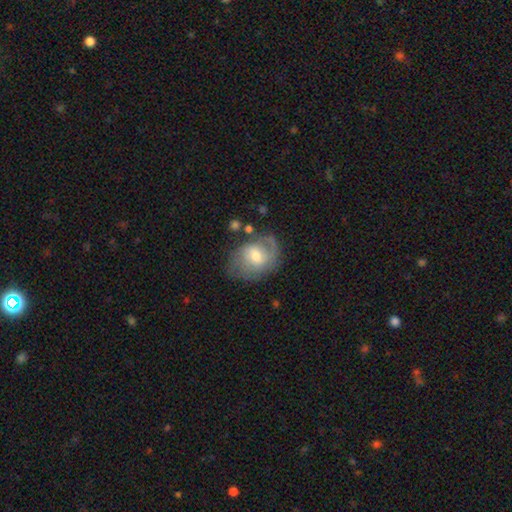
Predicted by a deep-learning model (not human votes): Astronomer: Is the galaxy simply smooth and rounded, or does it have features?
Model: featured or disk — 57% (runner-up: smooth, 36%).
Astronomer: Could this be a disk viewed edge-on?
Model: no — 96%.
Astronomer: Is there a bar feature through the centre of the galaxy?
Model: weak — 46% (runner-up: no, 45%).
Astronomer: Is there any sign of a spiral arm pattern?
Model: yes — 78%.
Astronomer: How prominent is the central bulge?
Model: moderate — 63%.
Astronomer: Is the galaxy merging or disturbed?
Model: none — 57%.